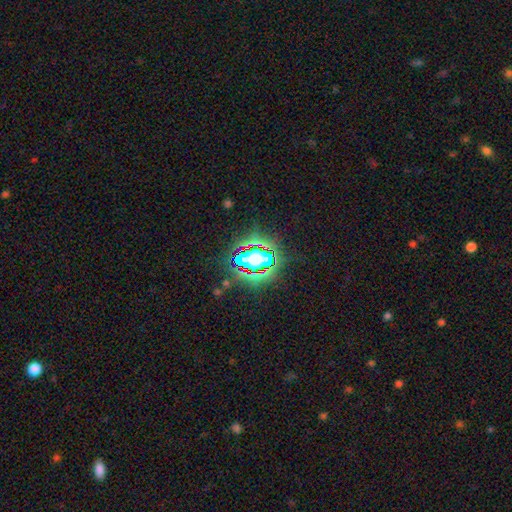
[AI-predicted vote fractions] A star or artifact, not a galaxy (79%).

Vote fractions:
- Smooth or featured? star or artifact: 79% / smooth: 12% / featured or disk: 9%